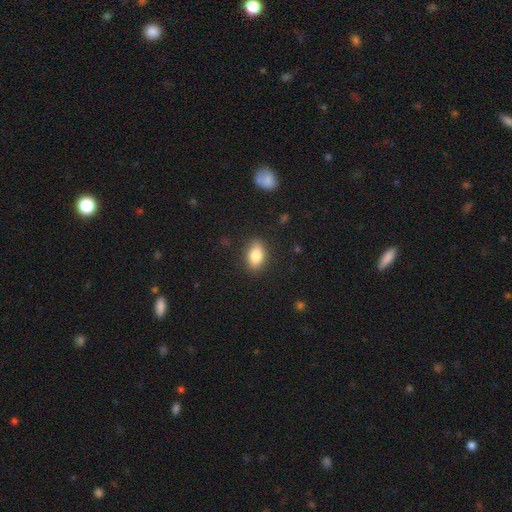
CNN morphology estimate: Smooth or featured?
  - smooth: 82% *
  - featured or disk: 10%
  - star or artifact: 8%
How rounded?
  - in between: 87% *
  - round: 10%
  - cigar-shaped: 3%
Merging?
  - none: 86% *
  - minor disturbance: 10%
  - major disturbance: 3%
  - merger: 1%